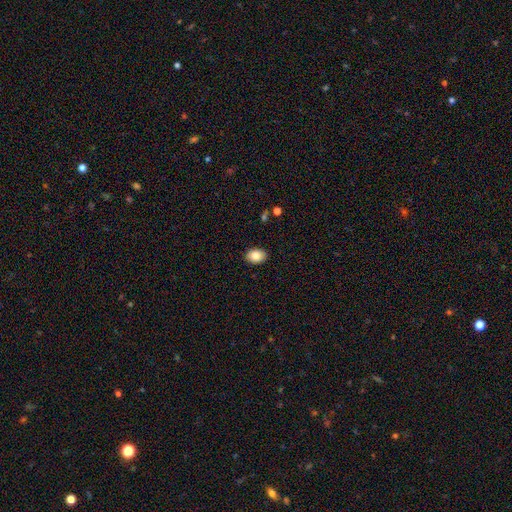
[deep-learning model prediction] Overall: smooth (86%). How rounded: in between (78%). Merging: none (90%).